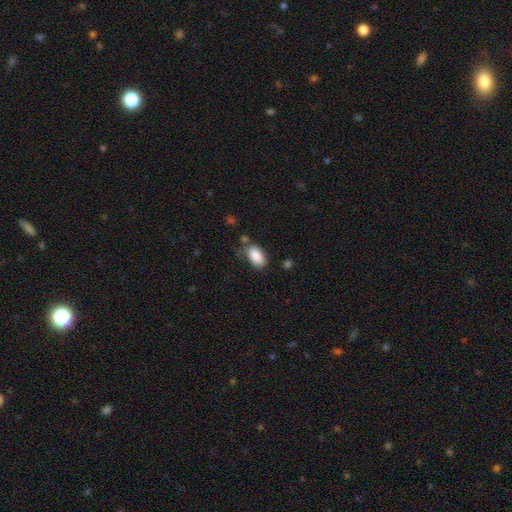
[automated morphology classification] Overall: smooth (87%). How rounded: in between (92%). Merging: none (63%; minor disturbance 24%).